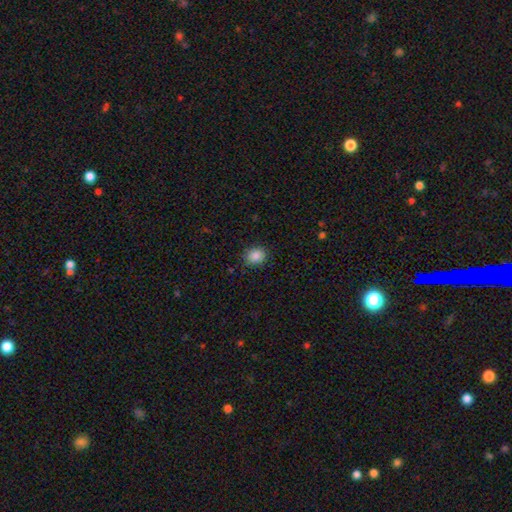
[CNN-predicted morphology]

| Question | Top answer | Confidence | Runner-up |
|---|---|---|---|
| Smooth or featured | smooth | 87% | star or artifact (9%) |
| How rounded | round | 63% | in between (36%) |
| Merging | none | 87% | minor disturbance (9%) |